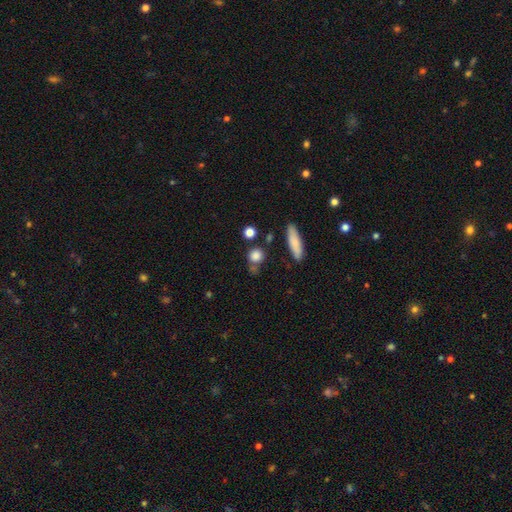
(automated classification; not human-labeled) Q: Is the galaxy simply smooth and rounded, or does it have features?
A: smooth — 83%.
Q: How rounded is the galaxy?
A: round — 81%.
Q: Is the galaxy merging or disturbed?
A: none — 68%.